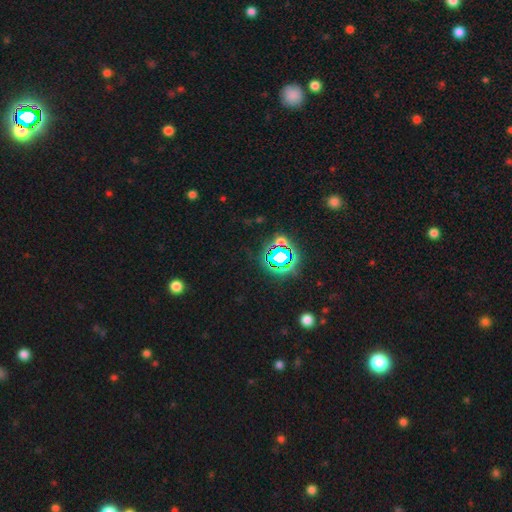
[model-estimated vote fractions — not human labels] This appears to be a star or artifact, not a galaxy (79%).